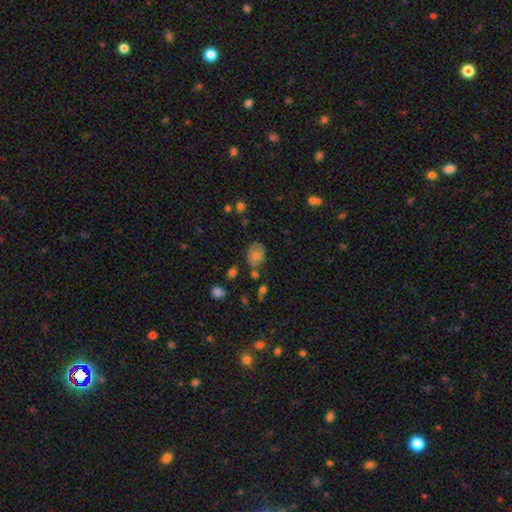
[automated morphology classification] Smooth or featured? Predicted: smooth (p=0.63). How rounded? Predicted: round (p=0.50). Merging? Predicted: none (p=0.63).